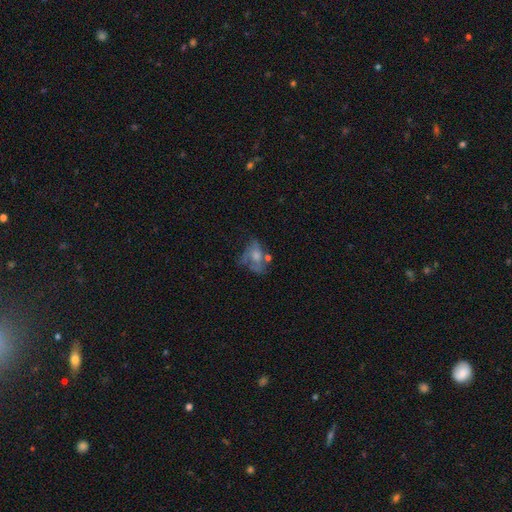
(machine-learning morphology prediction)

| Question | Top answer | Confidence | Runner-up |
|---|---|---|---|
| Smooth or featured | smooth | 44% | tied: featured or disk (44%) |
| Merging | major disturbance | 33% | none (30%) |